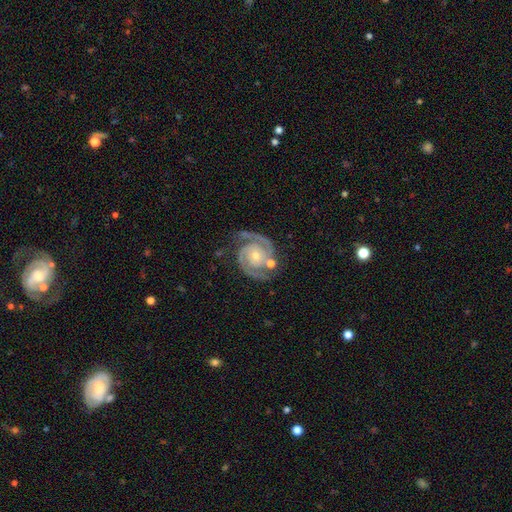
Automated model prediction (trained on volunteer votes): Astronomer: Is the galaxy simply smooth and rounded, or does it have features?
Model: featured or disk — 93%.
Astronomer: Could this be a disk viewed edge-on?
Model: no — 98%.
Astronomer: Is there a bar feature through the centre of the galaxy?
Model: no — 72%.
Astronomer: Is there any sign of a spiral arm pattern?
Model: yes — 99%.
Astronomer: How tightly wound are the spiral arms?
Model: tight — 61%.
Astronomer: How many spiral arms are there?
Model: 2 — 92%.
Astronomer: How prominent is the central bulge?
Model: small — 62%.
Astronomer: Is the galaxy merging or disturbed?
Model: none — 72%.